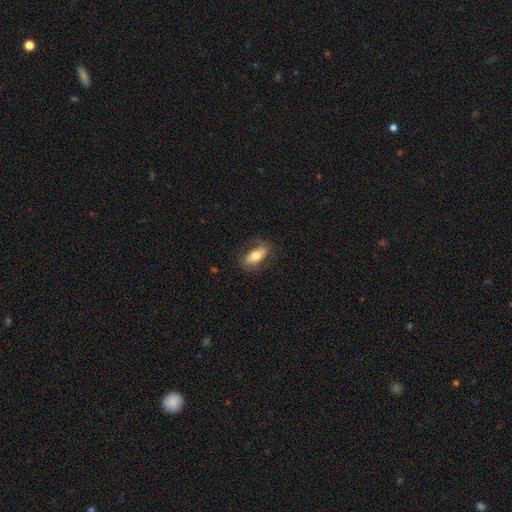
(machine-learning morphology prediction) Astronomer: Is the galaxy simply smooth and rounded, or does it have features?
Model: smooth — 53% (runner-up: featured or disk, 41%).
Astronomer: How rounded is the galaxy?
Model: in between — 86%.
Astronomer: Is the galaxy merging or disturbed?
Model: none — 72%.